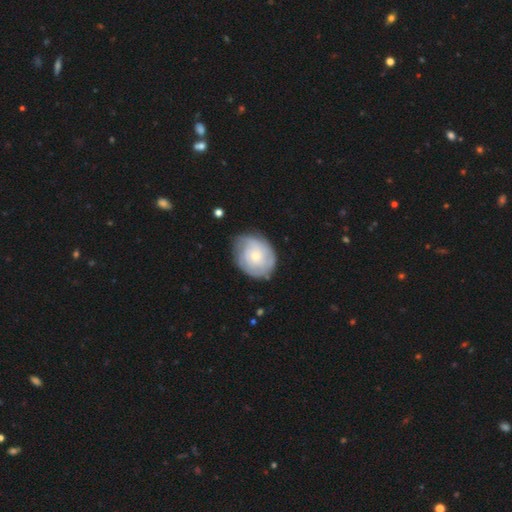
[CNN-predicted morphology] smooth-or-featured: featured or disk: 52% | smooth: 43% | star or artifact: 6%
  disk-edge-on: no: 97% | yes: 3%
    bar: no: 81% | weak: 17% | strong: 2%
    has-spiral-arms: yes: 71% | no: 29%
    bulge-size: small: 49% | moderate: 43% | large: 4% | none: 3% | dominant: 1%
  merging: none: 66% | minor disturbance: 25% | major disturbance: 7% | merger: 2%